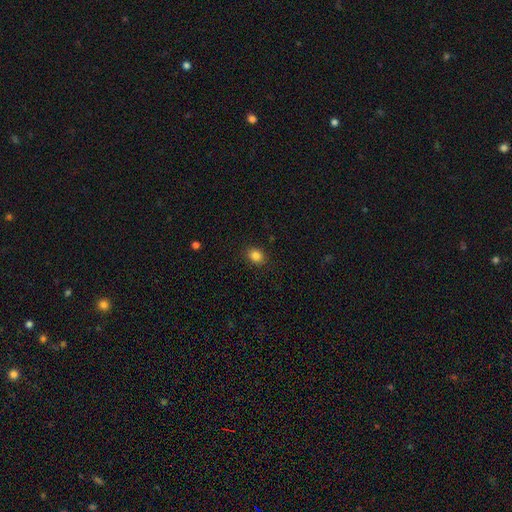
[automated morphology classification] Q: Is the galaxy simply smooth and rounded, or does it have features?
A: smooth — 85%.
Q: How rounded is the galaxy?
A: round — 54%.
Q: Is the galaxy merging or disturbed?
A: none — 89%.